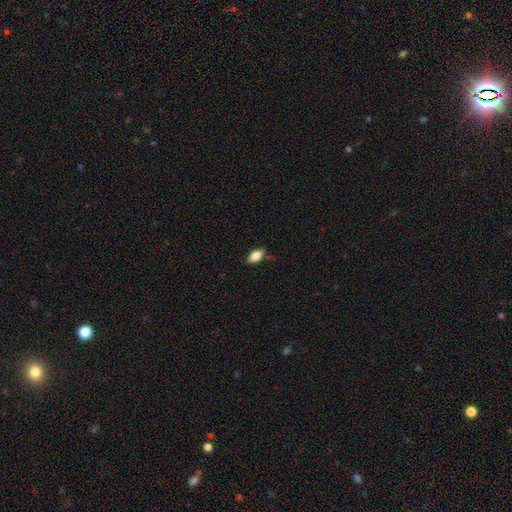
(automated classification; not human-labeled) Q: Smooth or featured?
A: smooth (81%); runner-up: featured or disk (12%)
Q: How rounded?
A: in between (89%); runner-up: cigar-shaped (8%)
Q: Merging?
A: none (81%); runner-up: minor disturbance (15%)